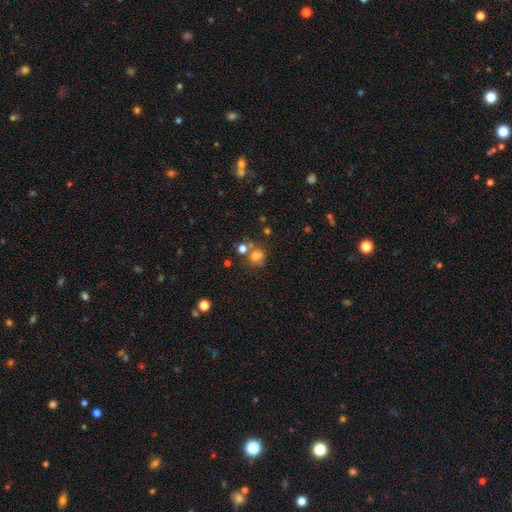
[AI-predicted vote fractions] smooth_or_featured: smooth (p=0.66) [alt: star or artifact p=0.20]
how_rounded: round (p=0.77) [alt: in between p=0.22]
merging: none (p=0.52) [alt: merger p=0.27]